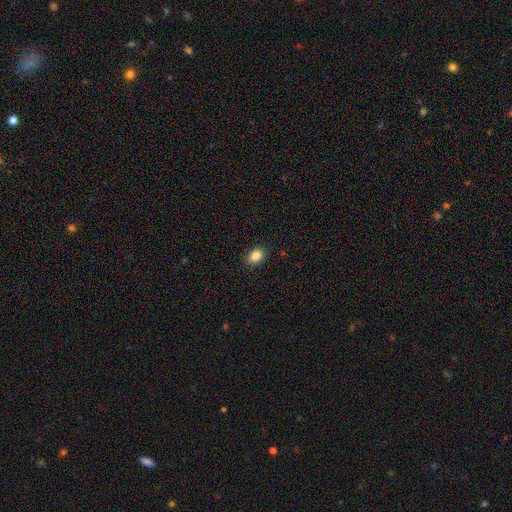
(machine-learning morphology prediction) Smooth or featured? smooth (86%)
How rounded? in between (71%)
Merging? none (89%)